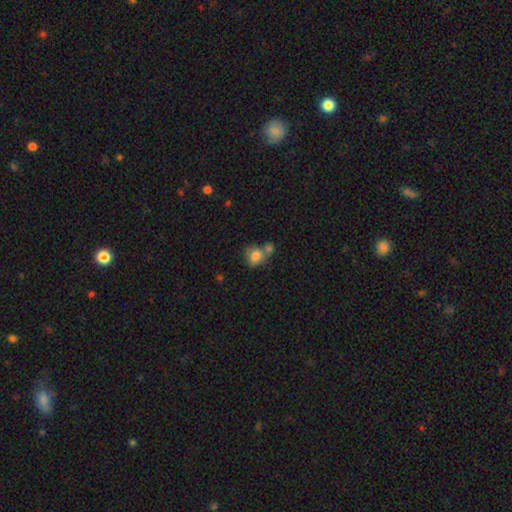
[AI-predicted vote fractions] This appears to be a smooth galaxy with no disk features (79%) that is round (52%). Merging: merger (45%).